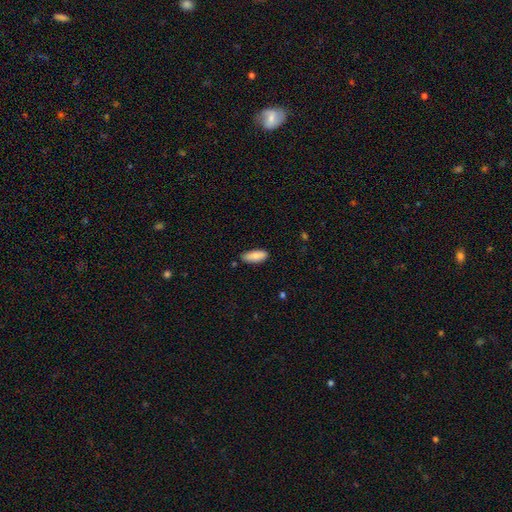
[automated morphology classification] The model was most divided on "how rounded": in between: 76%, cigar-shaped: 22%, round: 2%. More confident: merging — none (84%); smooth or featured — smooth (82%).